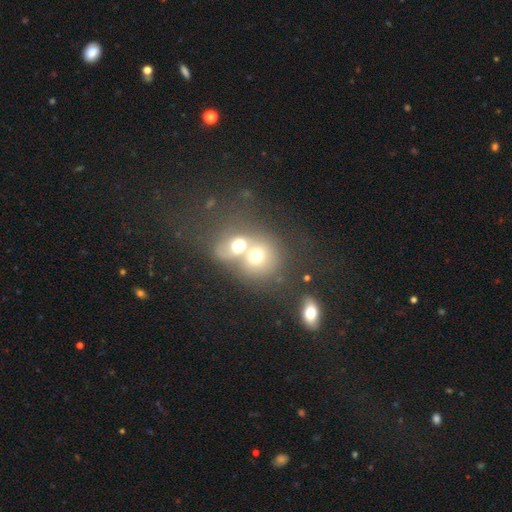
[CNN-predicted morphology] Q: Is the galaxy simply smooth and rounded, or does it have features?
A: smooth — 63%.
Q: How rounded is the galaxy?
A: round — 71%.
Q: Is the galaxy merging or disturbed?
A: merger — 68%.